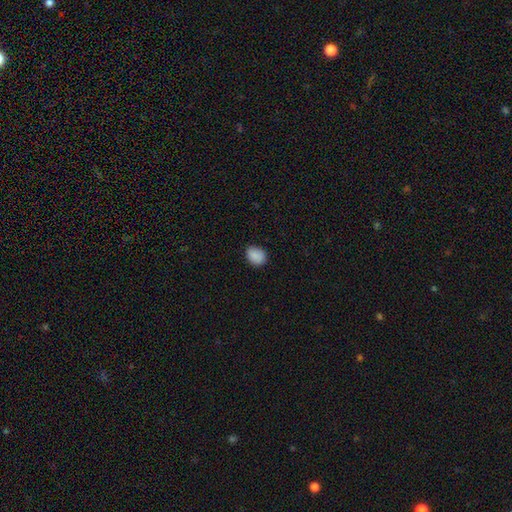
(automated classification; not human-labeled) A smooth galaxy with no disk features (89%) that is in between round and cigar-shaped (58%).

Vote fractions:
- Smooth or featured? smooth: 89% / star or artifact: 8% / featured or disk: 3%
- How rounded? in between: 58% / round: 41% / cigar-shaped: 1%
- Merging? none: 83% / minor disturbance: 14% / major disturbance: 2% / merger: 1%